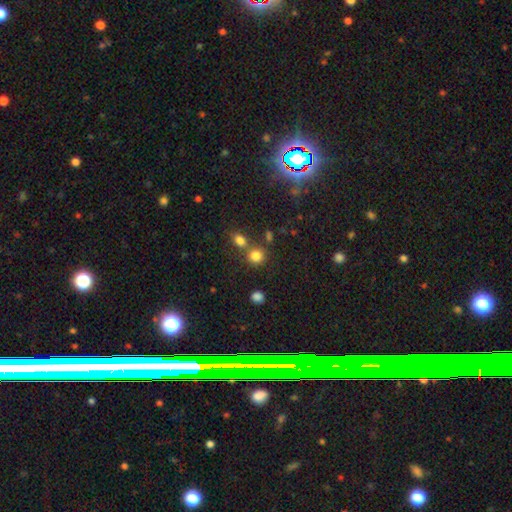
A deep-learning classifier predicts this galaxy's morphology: Overall: smooth (81%). How rounded: round (83%). Merging: none (62%; merger 25%).